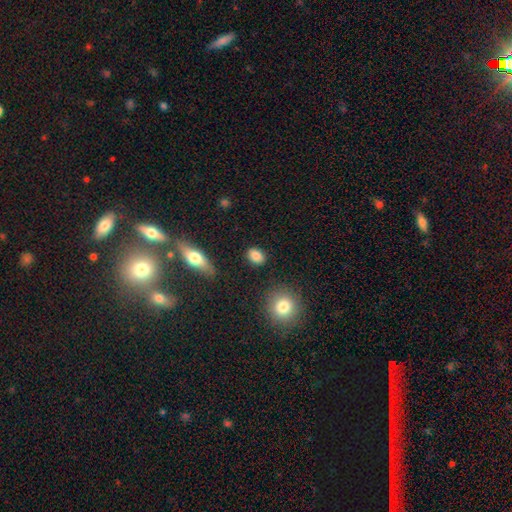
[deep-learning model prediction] Morphology: type=smooth (85%); roundness=in between (69%); merging=none (87%).